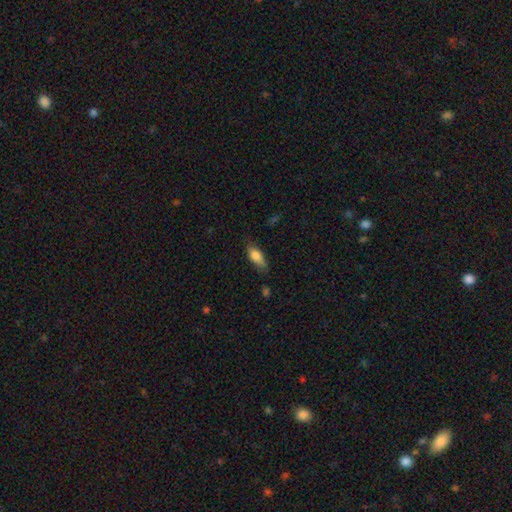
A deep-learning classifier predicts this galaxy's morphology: Smooth or featured? smooth (78%)
How rounded? in between (75%)
Merging? none (67%)